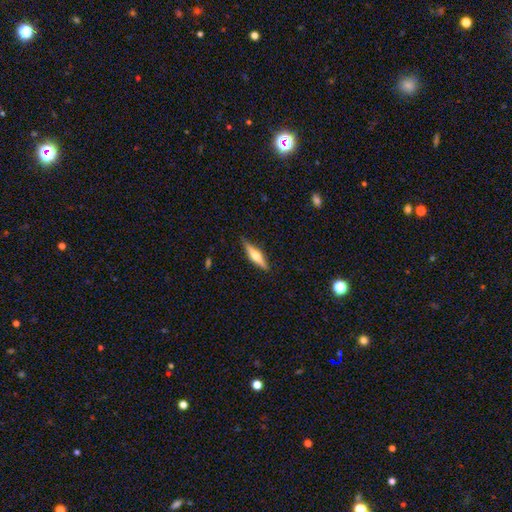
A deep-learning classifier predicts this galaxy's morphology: This appears to be a featured or disk galaxy (61%) viewed edge-on (96%) with a rounded central bulge (93%). Merging: none (88%).